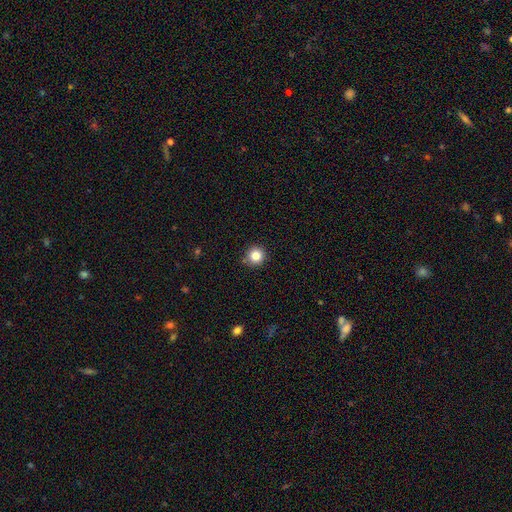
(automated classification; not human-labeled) This appears to be a smooth galaxy with no disk features (84%) that is round (95%). Merging: none (89%).